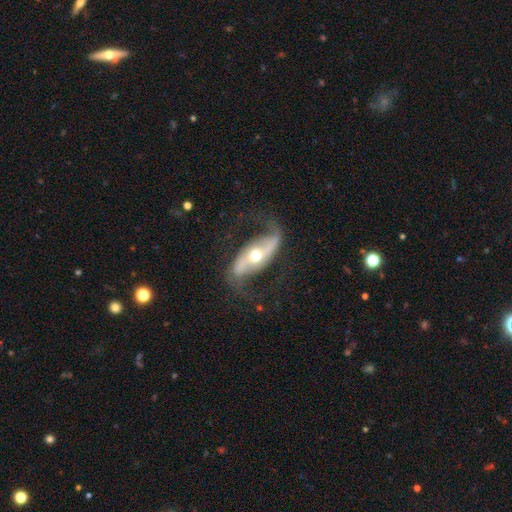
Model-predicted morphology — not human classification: featured or disk 86%, smooth 9%, star or artifact 5%. Down the decision tree: edge-on disk — no (91%); bar — strong (41%); spiral arms — yes (93%); spiral arm count — 2 (92%); spiral winding — loose (77%); bulge size — moderate (72%); merging — none (71%).